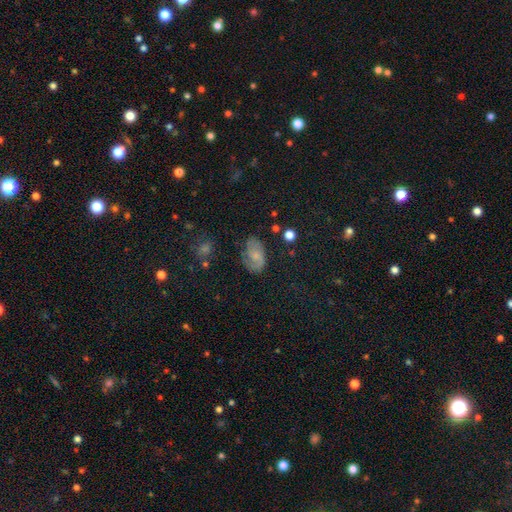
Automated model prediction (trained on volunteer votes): Smooth or featured?
  - smooth: 48% *
  - featured or disk: 40%
  - star or artifact: 12%
Merging?
  - none: 62% *
  - minor disturbance: 24%
  - major disturbance: 11%
  - merger: 3%